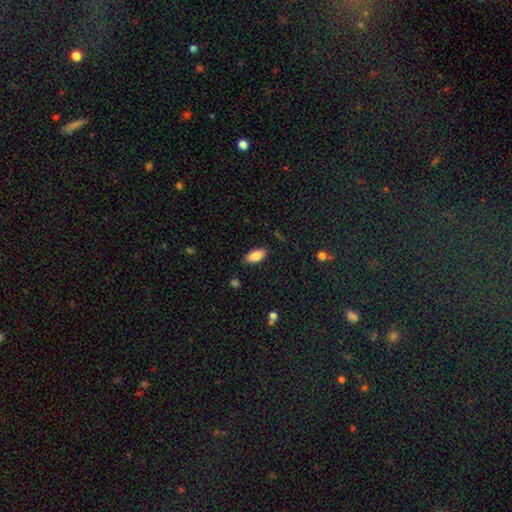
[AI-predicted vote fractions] Overall: smooth (86%). How rounded: in between (91%). Merging: none (84%).